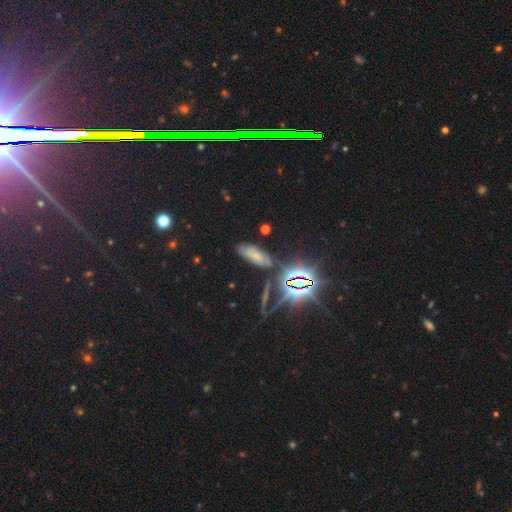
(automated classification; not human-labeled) The model was most divided on "smooth or featured": smooth: 40%, star or artifact: 37%, featured or disk: 23%. More confident: merging — none (73%).